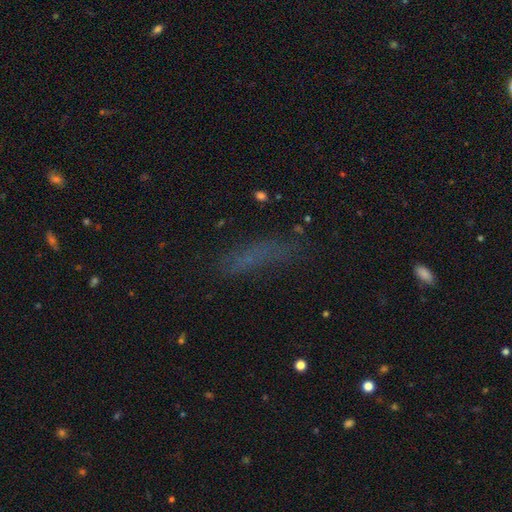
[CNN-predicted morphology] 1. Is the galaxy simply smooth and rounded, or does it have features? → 54% smooth, 25% star or artifact, 20% featured or disk.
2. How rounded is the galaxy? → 68% cigar-shaped, 28% in between, 4% round.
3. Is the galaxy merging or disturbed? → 68% none, 19% minor disturbance, 10% major disturbance, 3% merger.